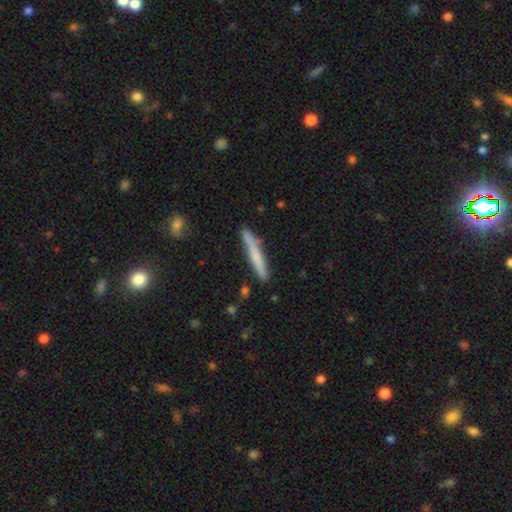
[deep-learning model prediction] This is likely a smooth galaxy (62%). How rounded: clearly cigar-shaped (96%). Merging: clearly none (84%).